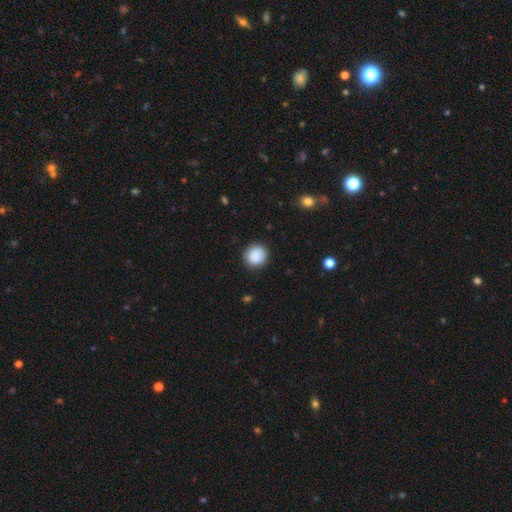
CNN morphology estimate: smooth 88%, star or artifact 8%, featured or disk 4%. Down the decision tree: how rounded — round (87%); merging — none (87%).